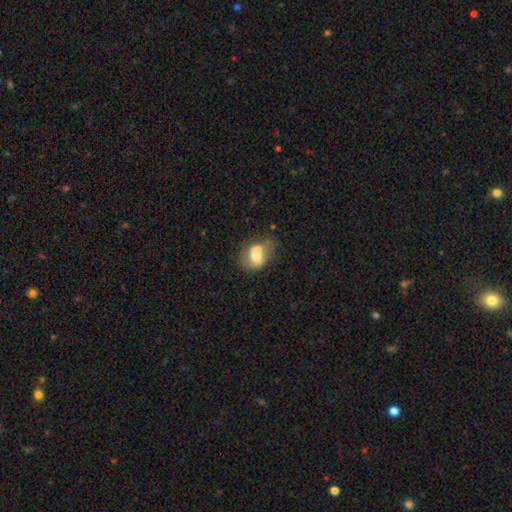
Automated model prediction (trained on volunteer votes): Morphology: type=smooth (59%); roundness=in between (59%); merging=none (32%).